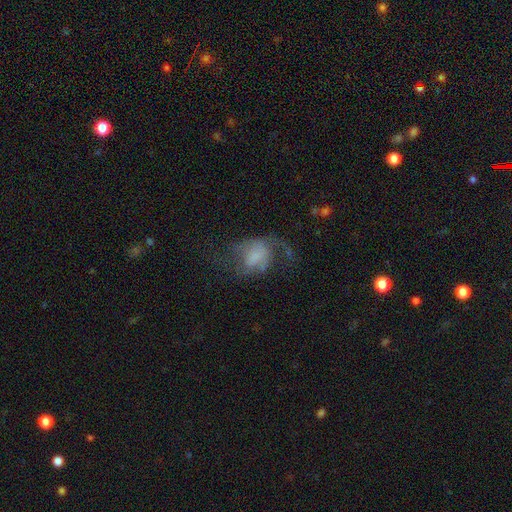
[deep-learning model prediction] featured or disk 48%, smooth 41%, star or artifact 11%. Down the decision tree: merging — major disturbance (48%).